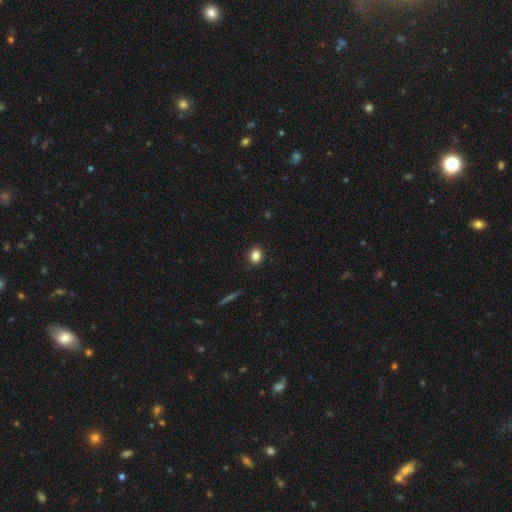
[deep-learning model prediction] Smooth or featured? Predicted: smooth (p=0.85). How rounded? Predicted: round (p=0.52). Merging? Predicted: none (p=0.90).